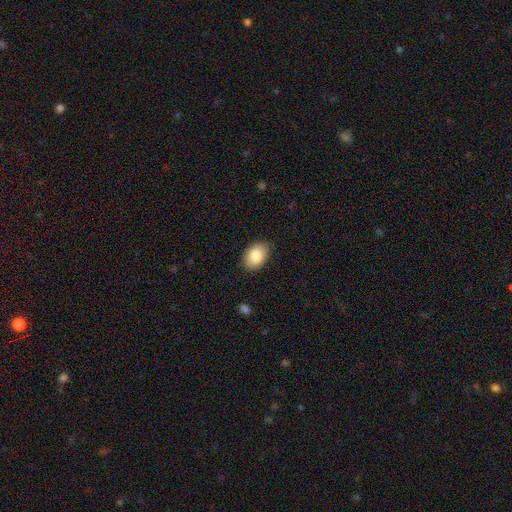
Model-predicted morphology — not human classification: The model was most divided on "how rounded": in between: 84%, round: 15%, cigar-shaped: 1%. More confident: merging — none (86%); smooth or featured — smooth (85%).